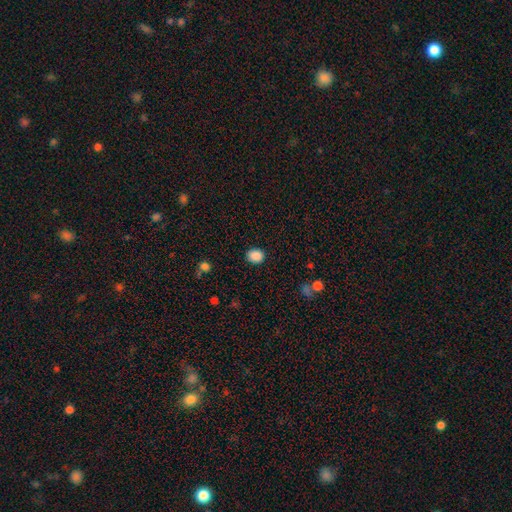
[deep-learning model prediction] smooth_or_featured: smooth (p=0.87) [alt: star or artifact p=0.10]
how_rounded: round (p=0.62) [alt: in between p=0.37]
merging: none (p=0.87) [alt: minor disturbance p=0.09]